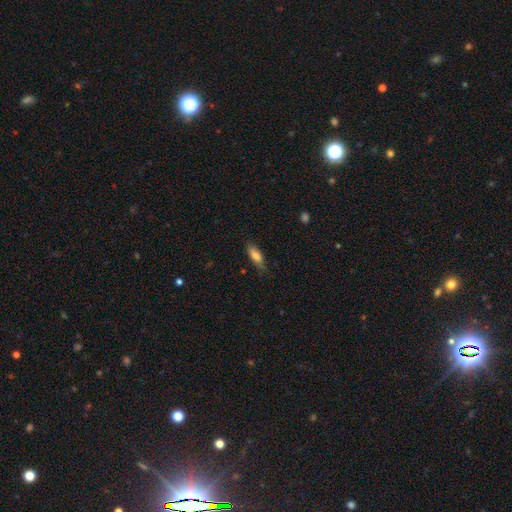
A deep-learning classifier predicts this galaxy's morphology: Smooth or featured?
  - smooth: 77% *
  - featured or disk: 15%
  - star or artifact: 7%
How rounded?
  - in between: 59% *
  - cigar-shaped: 39%
  - round: 2%
Merging?
  - none: 69% *
  - minor disturbance: 24%
  - major disturbance: 6%
  - merger: 1%